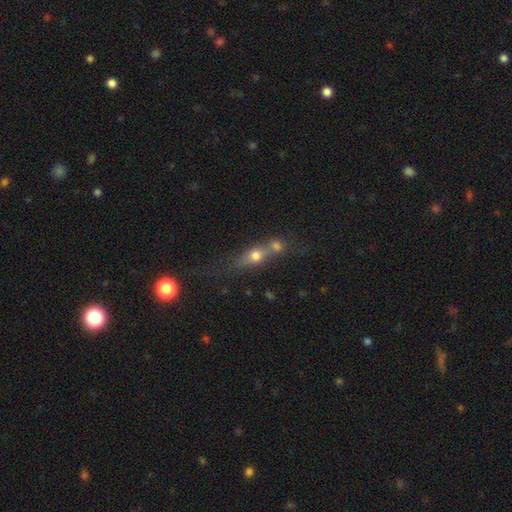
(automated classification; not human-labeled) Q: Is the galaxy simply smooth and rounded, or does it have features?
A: smooth — 53%.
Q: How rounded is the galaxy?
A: in between — 44%.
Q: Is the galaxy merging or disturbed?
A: merger — 53%.